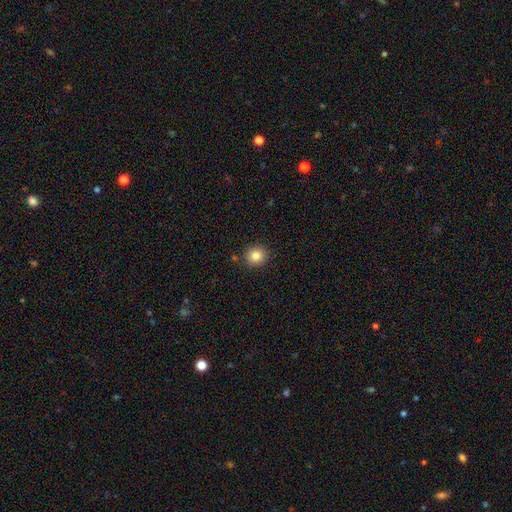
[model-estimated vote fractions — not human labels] Smooth or featured? Predicted: smooth (p=0.83). How rounded? Predicted: round (p=0.89). Merging? Predicted: none (p=0.87).